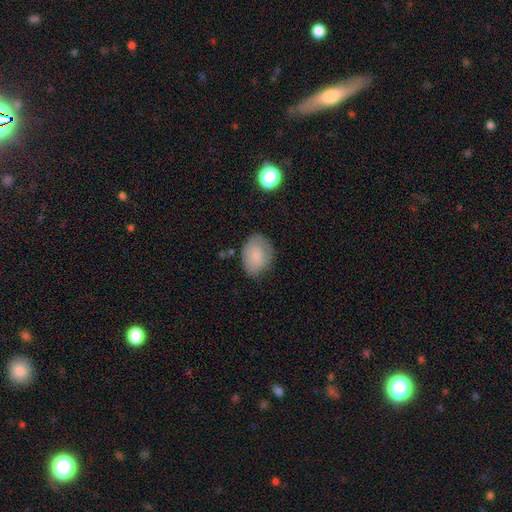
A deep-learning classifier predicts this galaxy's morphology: Smooth or featured? smooth (79%)
How rounded? in between (76%)
Merging? none (72%)